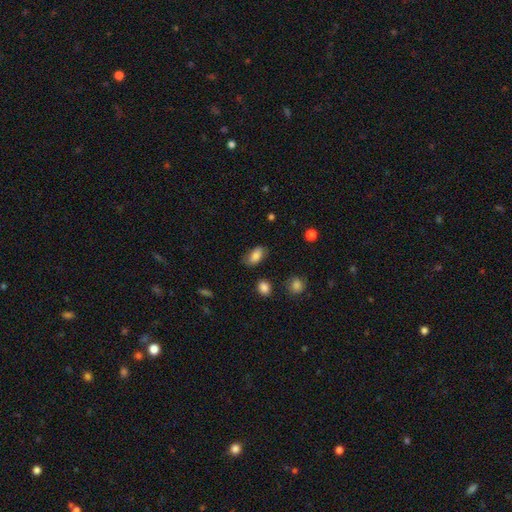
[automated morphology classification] type=smooth (81%); roundness=in between (92%); merging=none (75%).